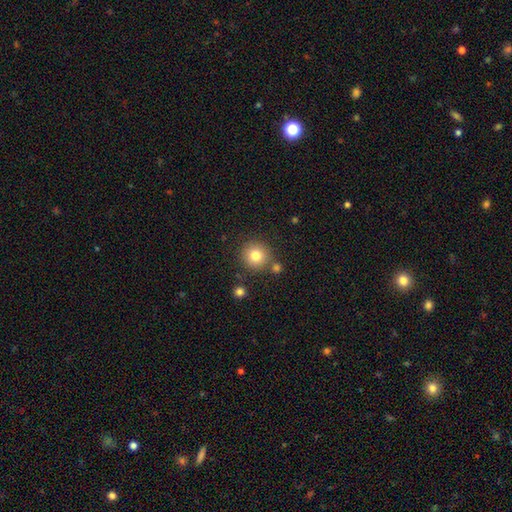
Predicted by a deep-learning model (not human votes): This appears to be a smooth galaxy with no disk features (80%) that is round (94%). Merging: none (80%).